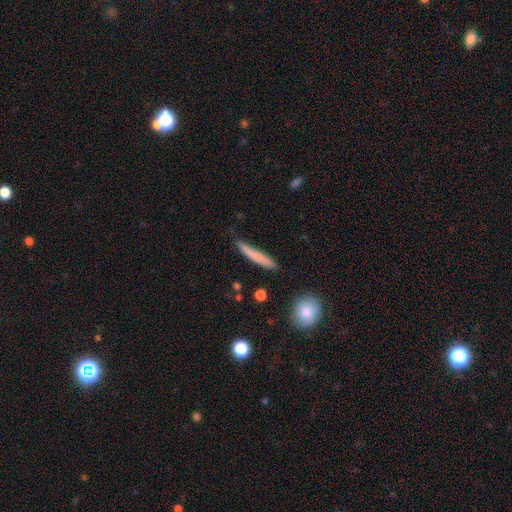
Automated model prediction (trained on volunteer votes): Overall: smooth (73%). How rounded: cigar-shaped (94%). Merging: none (79%).